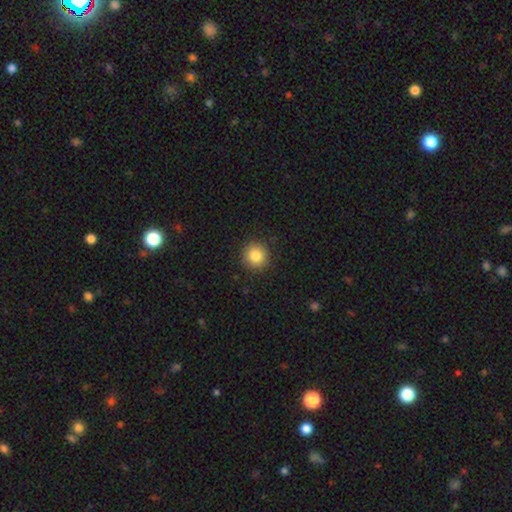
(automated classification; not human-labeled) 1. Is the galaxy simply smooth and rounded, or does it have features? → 85% smooth, 10% star or artifact, 6% featured or disk.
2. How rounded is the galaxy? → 94% round, 5% in between, 1% cigar-shaped.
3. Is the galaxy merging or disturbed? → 91% none, 7% minor disturbance, 2% major disturbance, 1% merger.